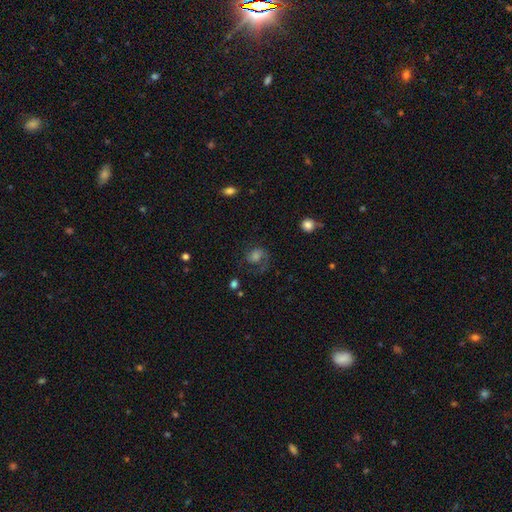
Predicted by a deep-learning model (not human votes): A featured or disk galaxy (57%) with no bar (63%), spiral arms (89%) and a moderate central bulge (34%).

Vote fractions:
- Smooth or featured? featured or disk: 57% / smooth: 28% / star or artifact: 15%
- Edge-on disk? no: 97% / yes: 3%
- Bar? no: 63% / weak: 31% / strong: 6%
- Spiral arms? yes: 89% / no: 11%
- Bulge size? moderate: 34% / large: 24% / small: 22% / none: 15% / dominant: 4%
- Merging? none: 55% / major disturbance: 26% / minor disturbance: 17% / merger: 2%